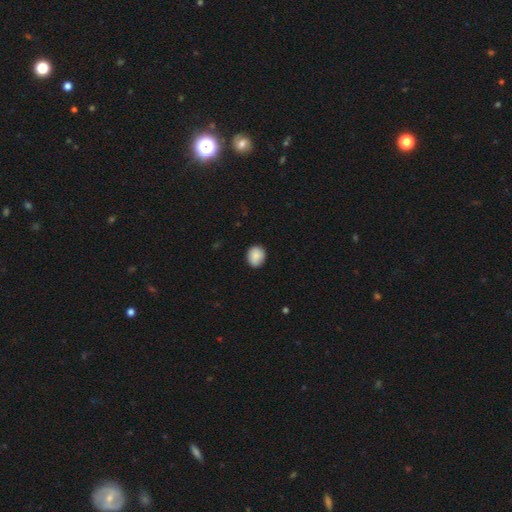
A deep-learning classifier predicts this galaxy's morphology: This is clearly a smooth galaxy (88%). How rounded: likely round (75%). Merging: clearly none (86%).